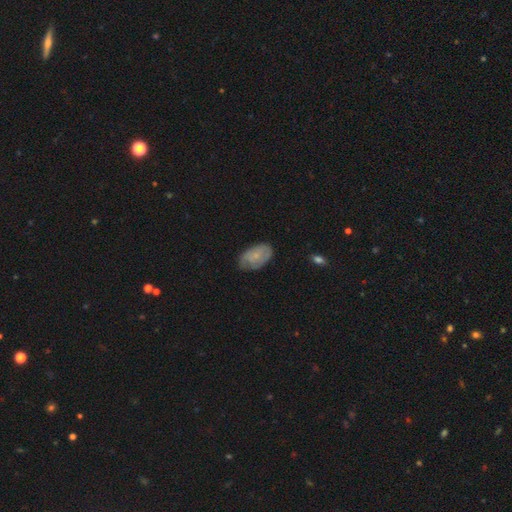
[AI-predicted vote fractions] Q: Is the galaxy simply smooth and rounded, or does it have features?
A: smooth — 57%.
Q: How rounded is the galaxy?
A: in between — 91%.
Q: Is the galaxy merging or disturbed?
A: none — 67%.